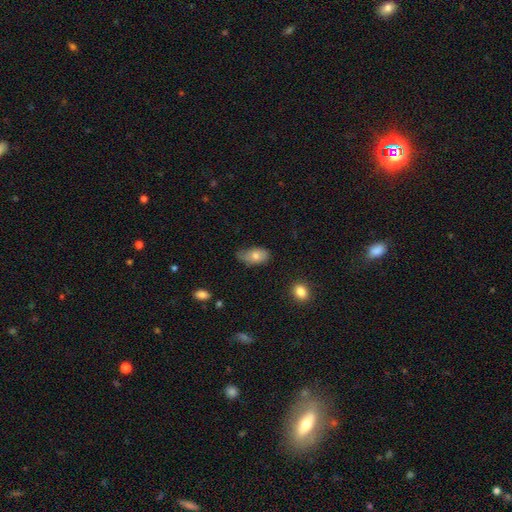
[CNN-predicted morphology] This appears to be a smooth galaxy with no disk features (74%) that is in between round and cigar-shaped (91%). Merging: none (45%).